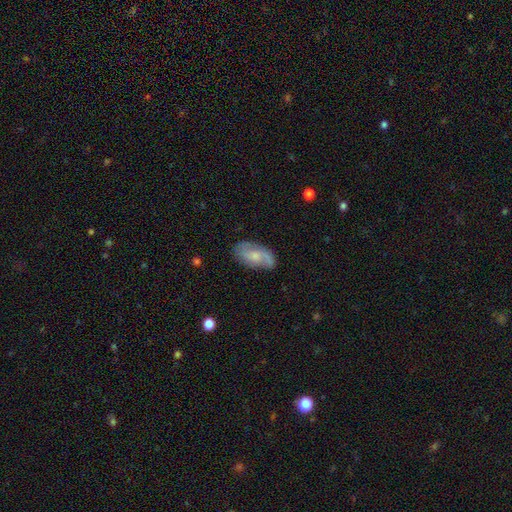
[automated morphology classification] The model was most divided on "bulge size": moderate: 42%, small: 41%, none: 11%, large: 5%, dominant: 1%. More confident: edge-on disk — no (94%); spiral arms — yes (87%); merging — none (72%); bar — no (58%); smooth or featured — featured or disk (58%).